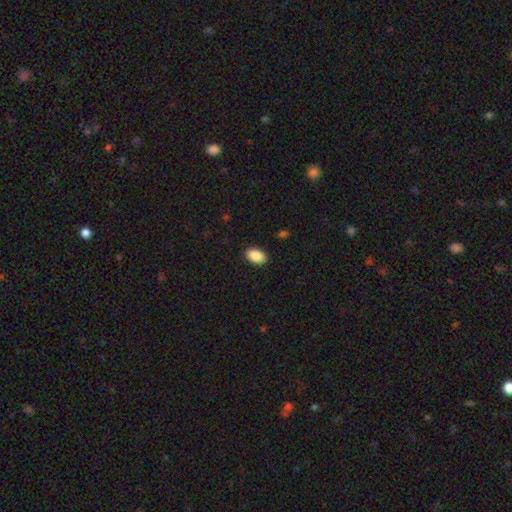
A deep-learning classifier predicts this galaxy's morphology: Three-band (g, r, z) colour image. It shows a smooth galaxy with no disk features (89%) that is in between round and cigar-shaped (91%). Merging: none (89%).